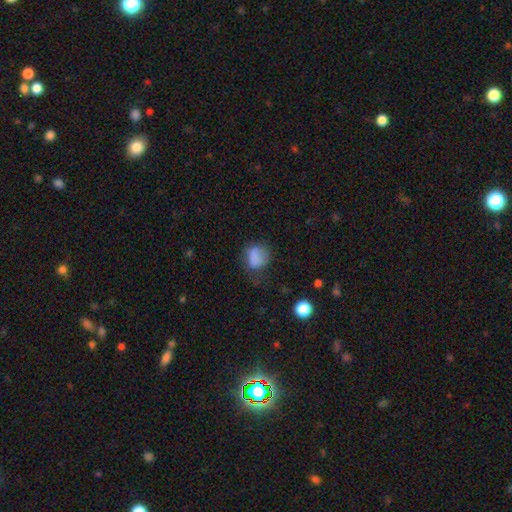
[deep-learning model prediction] smooth 78%, star or artifact 11%, featured or disk 11%. Down the decision tree: how rounded — round (62%); merging — none (53%).